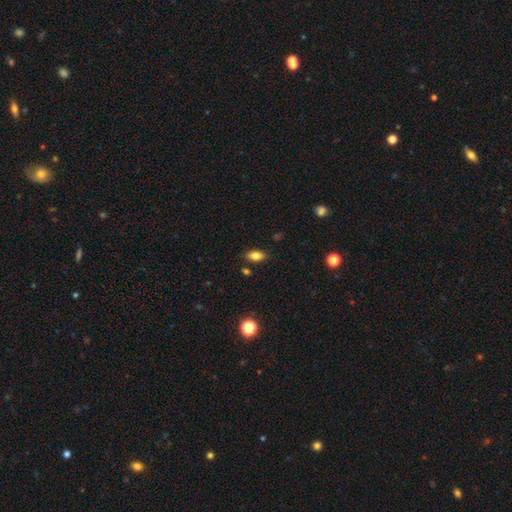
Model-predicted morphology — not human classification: Q: Smooth or featured?
A: smooth (82%); runner-up: star or artifact (10%)
Q: How rounded?
A: in between (88%); runner-up: round (8%)
Q: Merging?
A: none (84%); runner-up: minor disturbance (10%)